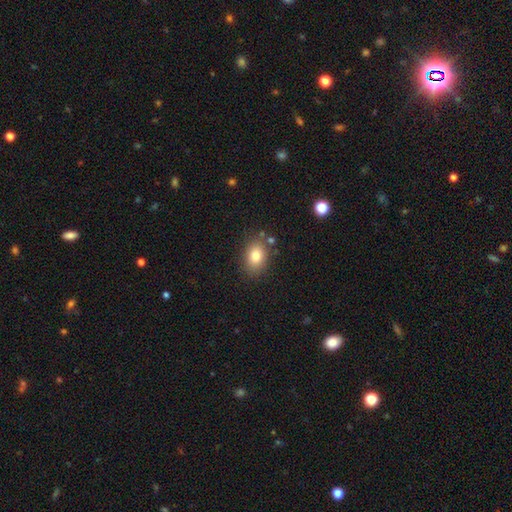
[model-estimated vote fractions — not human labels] smooth 80%, featured or disk 10%, star or artifact 10%. Down the decision tree: how rounded — in between (73%); merging — none (79%).